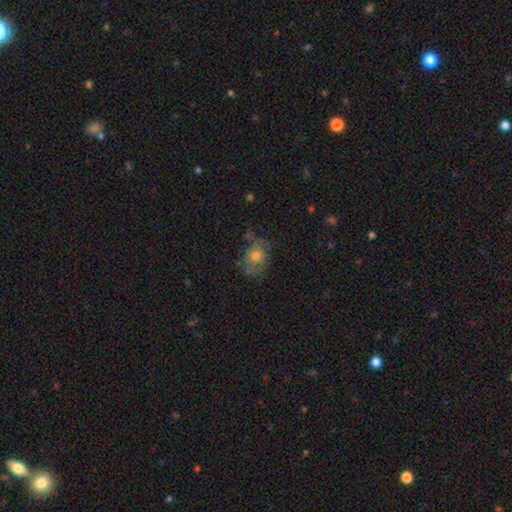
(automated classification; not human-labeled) smooth_or_featured: smooth (p=0.55) [alt: featured or disk p=0.36]
how_rounded: round (p=0.55) [alt: in between p=0.44]
merging: none (p=0.52) [alt: minor disturbance p=0.28]